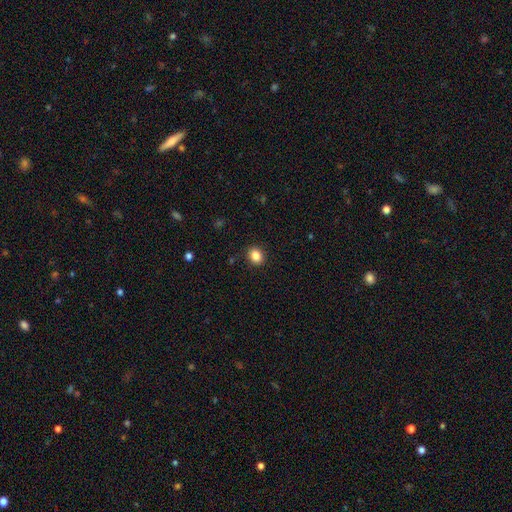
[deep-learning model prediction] A smooth galaxy with no disk features (85%) that is round (64%). Merging: none (90%).